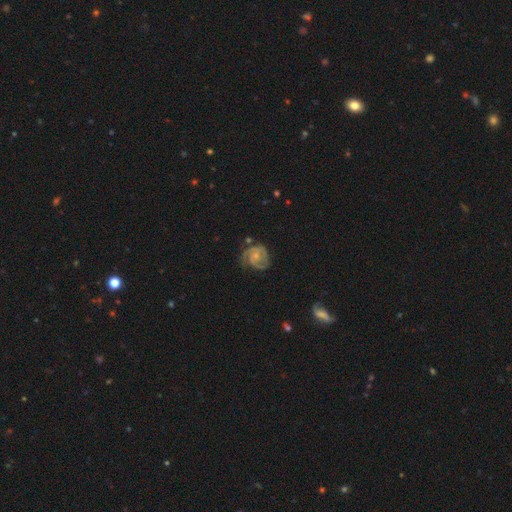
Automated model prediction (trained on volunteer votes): The model was most divided on "spiral winding": tight: 55%, medium: 36%, loose: 10%. Remaining: edge-on disk — no (98%); spiral arms — yes (94%); smooth or featured — featured or disk (81%); bar — no (69%); bulge size — small (63%); merging — none (55%); spiral arm count — 2 (49%).